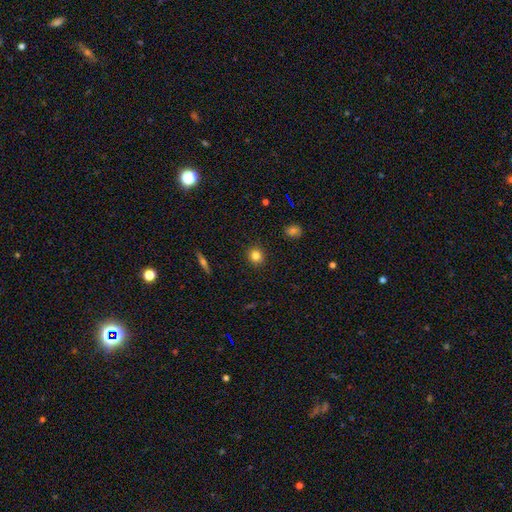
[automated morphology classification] Q: Smooth or featured?
A: smooth (82%); runner-up: star or artifact (12%)
Q: How rounded?
A: round (90%); runner-up: in between (9%)
Q: Merging?
A: none (91%); runner-up: minor disturbance (6%)